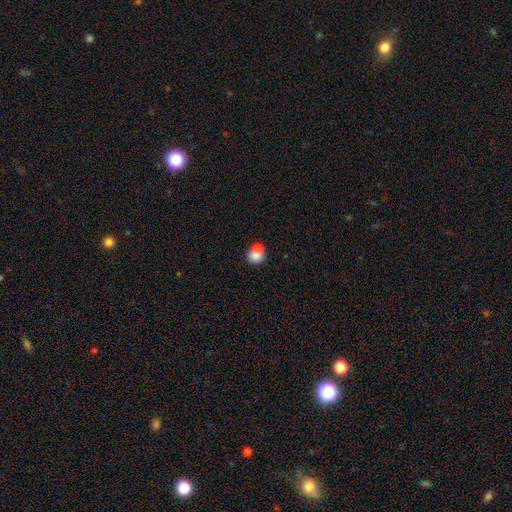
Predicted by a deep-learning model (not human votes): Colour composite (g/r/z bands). It shows a smooth galaxy with no disk features (76%) that is round (77%). Merging: merger (48%).